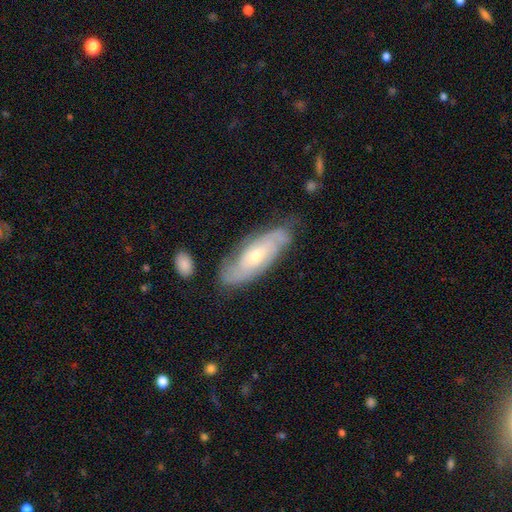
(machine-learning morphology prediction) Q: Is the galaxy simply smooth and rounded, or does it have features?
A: featured or disk — 72%.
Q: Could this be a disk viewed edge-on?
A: no — 87%.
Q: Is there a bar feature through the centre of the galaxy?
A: no — 69%.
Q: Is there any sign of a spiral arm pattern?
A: yes — 88%.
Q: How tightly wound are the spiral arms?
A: tight — 55%.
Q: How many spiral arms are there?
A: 2 — 43%.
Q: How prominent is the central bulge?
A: small — 49%.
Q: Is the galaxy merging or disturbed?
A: none — 68%.